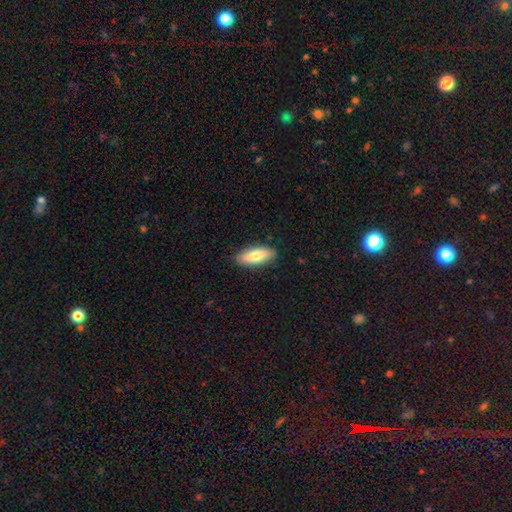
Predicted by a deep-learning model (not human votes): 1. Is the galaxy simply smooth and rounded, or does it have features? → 75% smooth, 20% featured or disk, 6% star or artifact.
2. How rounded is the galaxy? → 71% in between, 27% cigar-shaped, 2% round.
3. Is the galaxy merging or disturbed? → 88% none, 10% minor disturbance, 2% major disturbance, 1% merger.